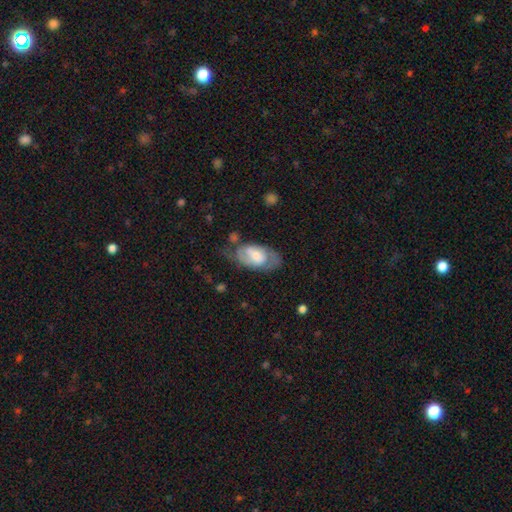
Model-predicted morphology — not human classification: The model was most divided on "smooth or featured": featured or disk: 53%, smooth: 41%, star or artifact: 6%. Remaining: edge-on disk — no (92%); merging — none (48%).